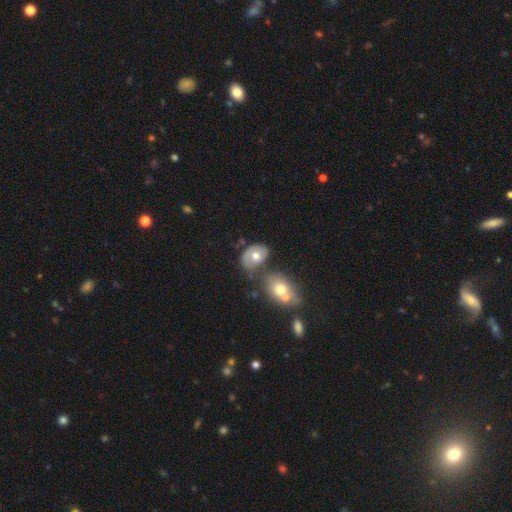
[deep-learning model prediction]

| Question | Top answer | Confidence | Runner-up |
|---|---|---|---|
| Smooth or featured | smooth | 58% | featured or disk (33%) |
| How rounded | in between | 75% | round (23%) |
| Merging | none | 40% | merger (29%) |